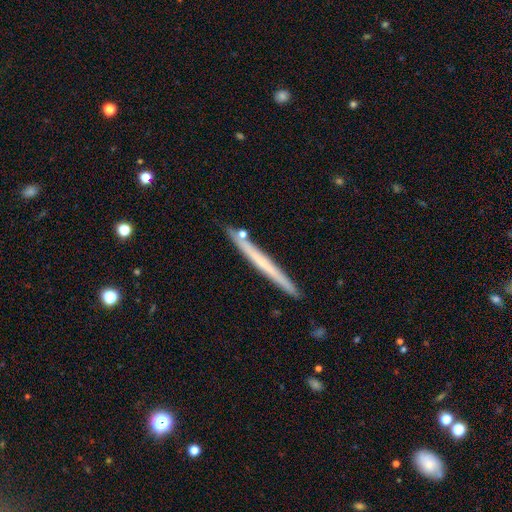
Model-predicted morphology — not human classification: Smooth or featured?
  - featured or disk: 49% *
  - smooth: 45%
  - star or artifact: 6%
Merging?
  - none: 87% *
  - minor disturbance: 9%
  - merger: 3%
  - major disturbance: 1%